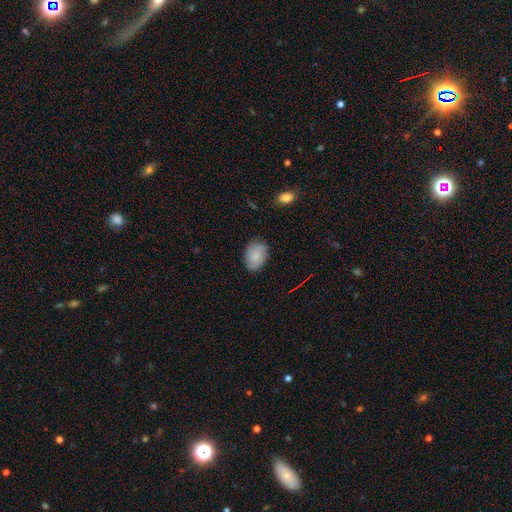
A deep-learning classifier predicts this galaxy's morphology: A smooth galaxy with no disk features (80%) that is in between round and cigar-shaped (82%). Merging: none (80%).